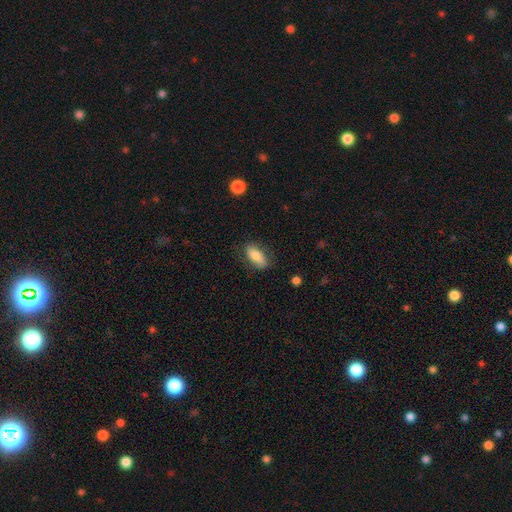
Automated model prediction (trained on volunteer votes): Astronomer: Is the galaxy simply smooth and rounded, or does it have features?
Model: smooth — 77%.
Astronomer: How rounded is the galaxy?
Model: in between — 76%.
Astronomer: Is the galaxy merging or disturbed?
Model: none — 76%.